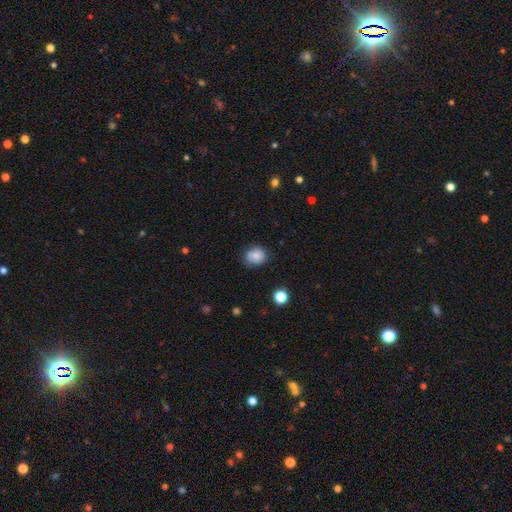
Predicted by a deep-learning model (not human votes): A smooth galaxy with no disk features (79%) that is round (73%).

Vote fractions:
- Smooth or featured? smooth: 79% / featured or disk: 11% / star or artifact: 10%
- How rounded? round: 73% / in between: 26% / cigar-shaped: 1%
- Merging? none: 71% / minor disturbance: 21% / major disturbance: 5% / merger: 3%